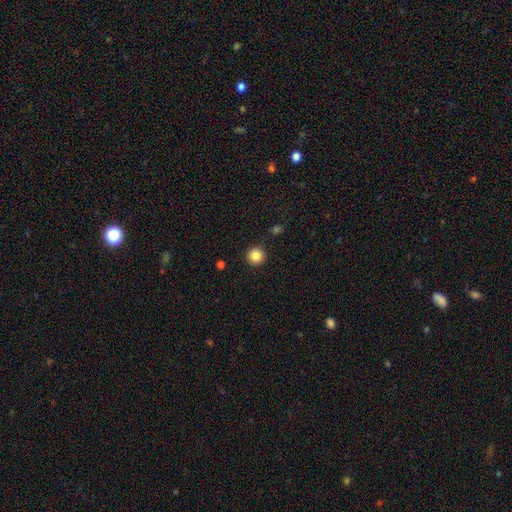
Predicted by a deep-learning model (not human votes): Overall: smooth (85%). How rounded: round (96%). Merging: none (92%).